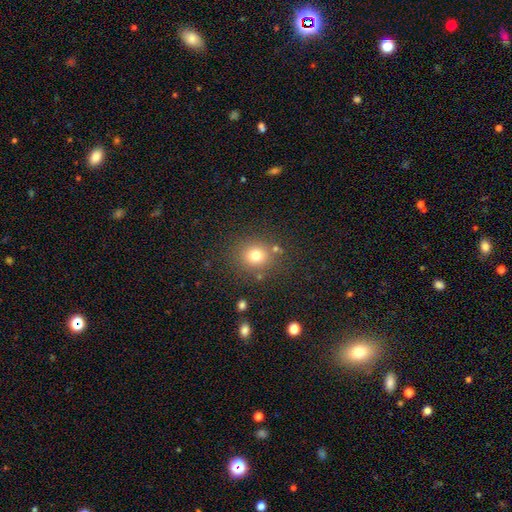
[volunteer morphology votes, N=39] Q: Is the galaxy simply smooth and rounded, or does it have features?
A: smooth — 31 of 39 (79%).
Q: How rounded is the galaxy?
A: round — 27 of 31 (87%).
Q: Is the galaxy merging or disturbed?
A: none — 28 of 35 (80%).